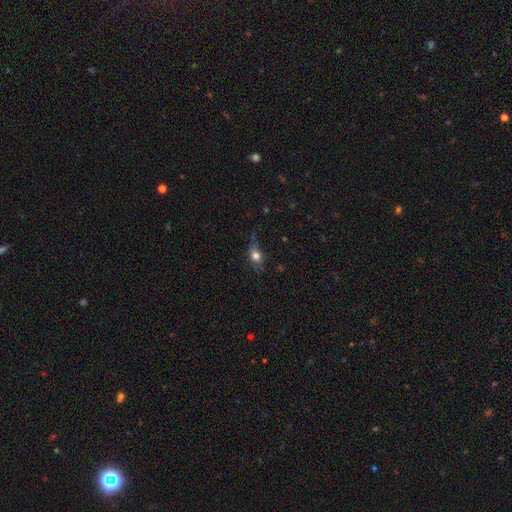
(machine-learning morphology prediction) This is likely a smooth galaxy (71%). How rounded: possibly in between (56%). Merging: possibly none (57%).